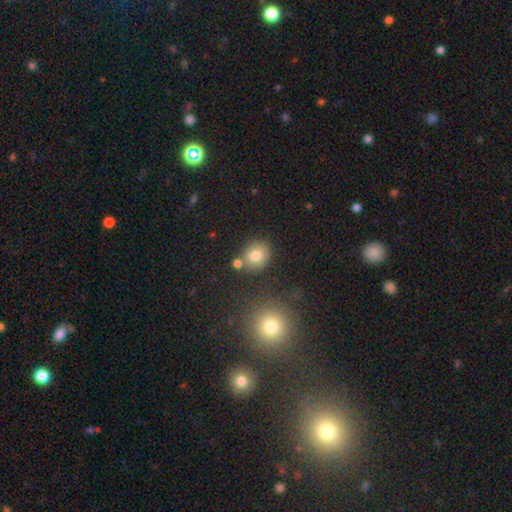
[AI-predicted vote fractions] The model was most divided on "how rounded": round: 73%, in between: 26%, cigar-shaped: 1%. More confident: smooth or featured — smooth (78%); merging — none (70%).